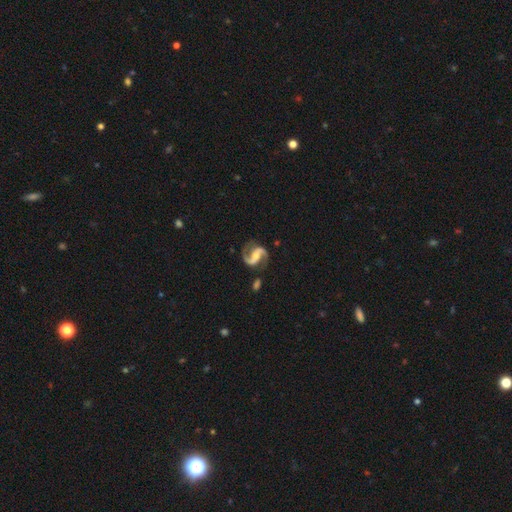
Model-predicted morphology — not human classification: type=featured or disk (93%); edge-on=no (98%); bar=strong (39%); spiral arms=yes (98%); winding=medium (58%); arm count=2 (94%); bulge=moderate (45%); merging=none (79%).